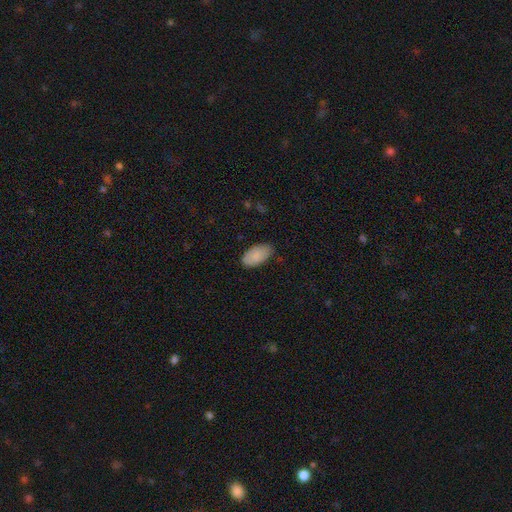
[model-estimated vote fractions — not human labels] Smooth or featured?
  - smooth: 86% *
  - featured or disk: 8%
  - star or artifact: 6%
How rounded?
  - in between: 95% *
  - round: 3%
  - cigar-shaped: 2%
Merging?
  - none: 78% *
  - minor disturbance: 18%
  - major disturbance: 3%
  - merger: 1%